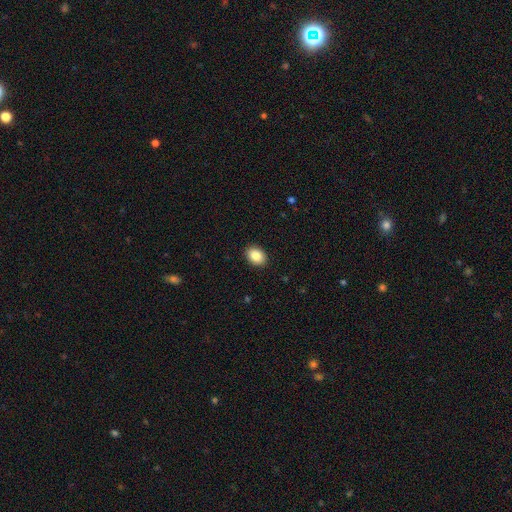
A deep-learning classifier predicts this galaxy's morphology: type=smooth (86%); roundness=in between (68%); merging=none (91%).